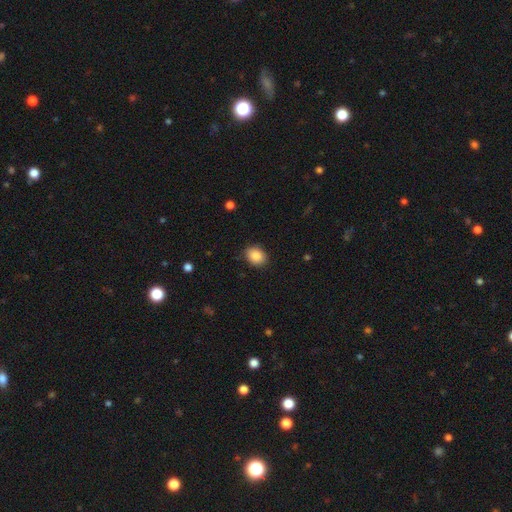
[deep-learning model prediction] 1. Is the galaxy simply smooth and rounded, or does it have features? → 87% smooth, 8% star or artifact, 4% featured or disk.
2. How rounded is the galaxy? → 53% in between, 47% round, 1% cigar-shaped.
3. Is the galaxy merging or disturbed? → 87% none, 10% minor disturbance, 2% major disturbance, 1% merger.